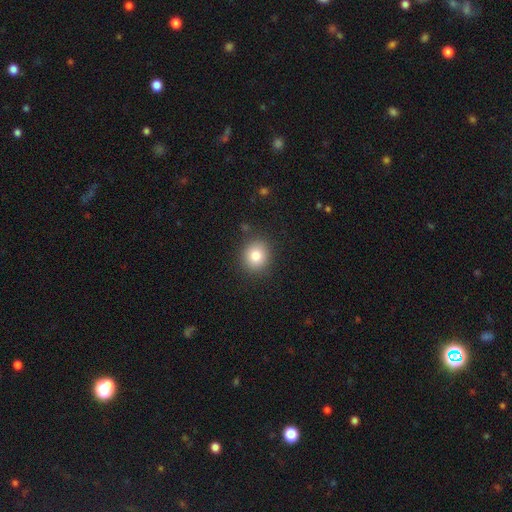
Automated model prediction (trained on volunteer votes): A smooth galaxy with no disk features (82%) that is round (81%). Merging: none (87%).